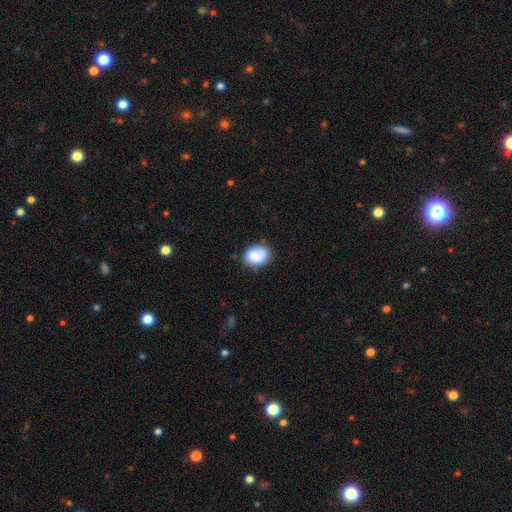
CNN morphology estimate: This appears to be a smooth galaxy with no disk features (82%) that is in between round and cigar-shaped (54%). Merging: none (67%).